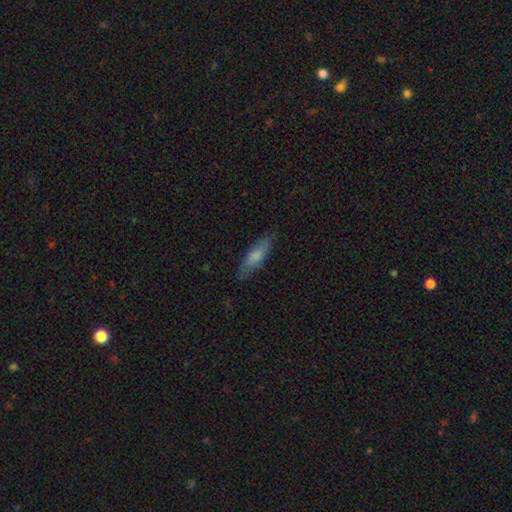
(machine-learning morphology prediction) A smooth galaxy with no disk features (73%) that is cigar-shaped (55%). Merging: none (81%).